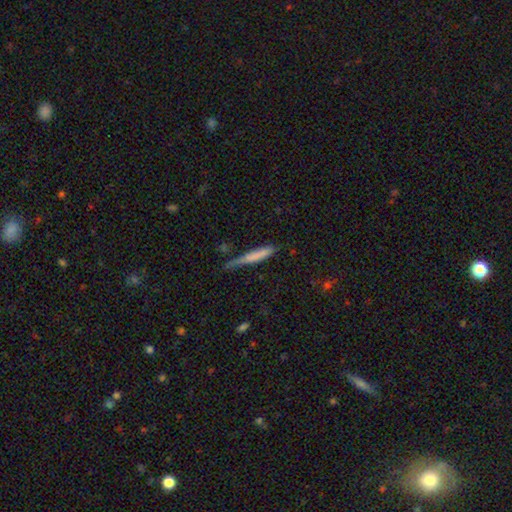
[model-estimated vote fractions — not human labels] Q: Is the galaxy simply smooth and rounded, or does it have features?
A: smooth — 69%.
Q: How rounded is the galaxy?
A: cigar-shaped — 92%.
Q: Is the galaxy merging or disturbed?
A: none — 54%.